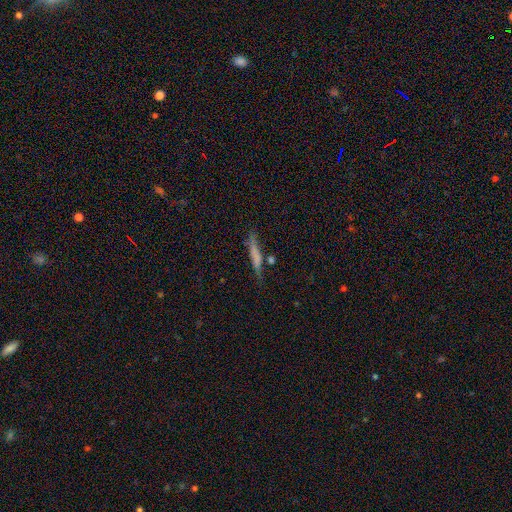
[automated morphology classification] Overall: smooth (59%; featured or disk 32%). How rounded: cigar-shaped (90%). Merging: none (64%).